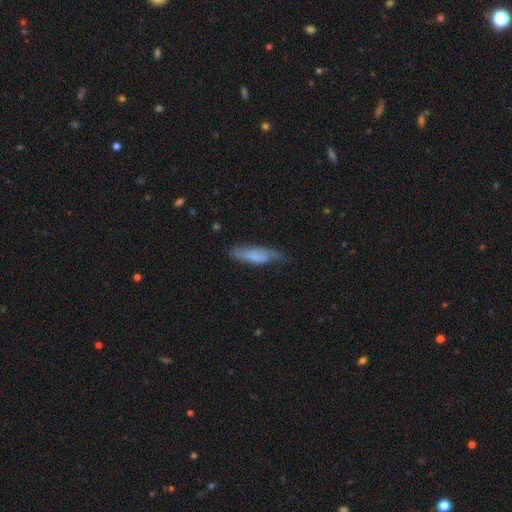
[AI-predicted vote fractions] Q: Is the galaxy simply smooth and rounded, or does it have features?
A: smooth — 69%.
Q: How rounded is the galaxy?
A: cigar-shaped — 61%.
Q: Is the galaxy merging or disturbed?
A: none — 59%.